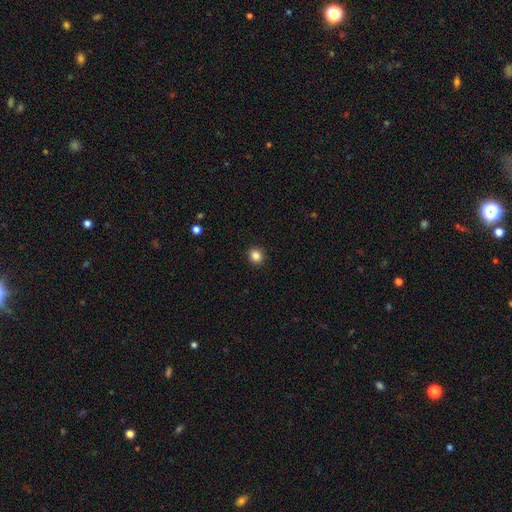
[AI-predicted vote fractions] smooth_or_featured: smooth (p=0.85) [alt: star or artifact p=0.11]
how_rounded: round (p=0.81) [alt: in between p=0.18]
merging: none (p=0.92) [alt: minor disturbance p=0.05]